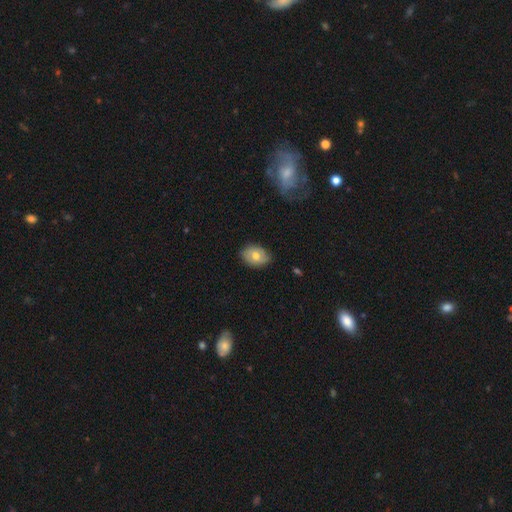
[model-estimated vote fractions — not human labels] This appears to be a smooth galaxy with no disk features (62%) that is in between round and cigar-shaped (75%). Merging: none (78%).